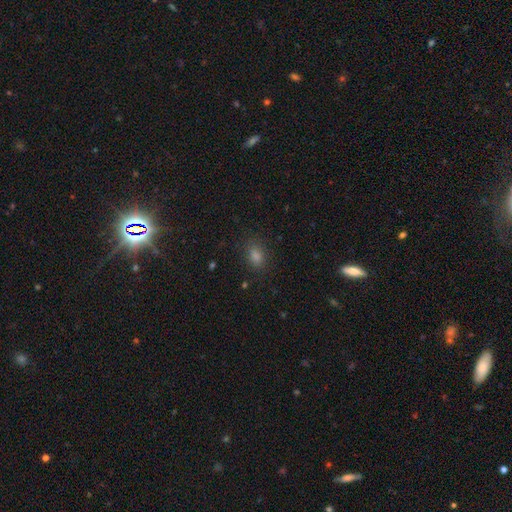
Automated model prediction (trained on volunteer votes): smooth_or_featured: smooth (p=0.71) [alt: star or artifact p=0.23]
how_rounded: in between (p=0.72) [alt: round p=0.25]
merging: none (p=0.85) [alt: minor disturbance p=0.10]